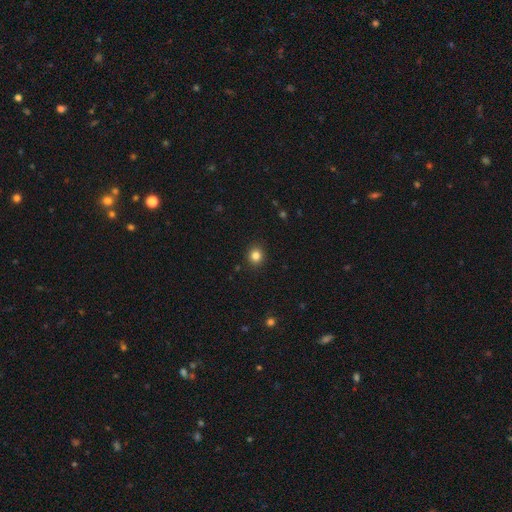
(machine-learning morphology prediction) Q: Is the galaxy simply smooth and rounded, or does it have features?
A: smooth — 83%.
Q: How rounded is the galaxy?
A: round — 85%.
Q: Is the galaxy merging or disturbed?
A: none — 92%.